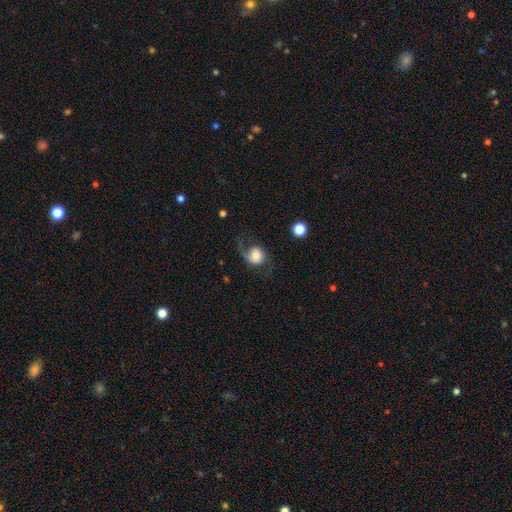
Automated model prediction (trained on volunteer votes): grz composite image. It shows a featured or disk galaxy (53%) with no bar (69%), spiral arms (89%) and a moderate central bulge (48%). Merging: none (47%).